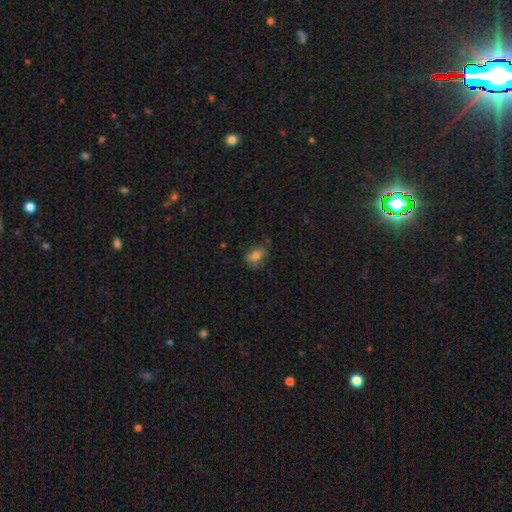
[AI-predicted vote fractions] Overall: smooth (79%). How rounded: in between (71%). Merging: none (69%).